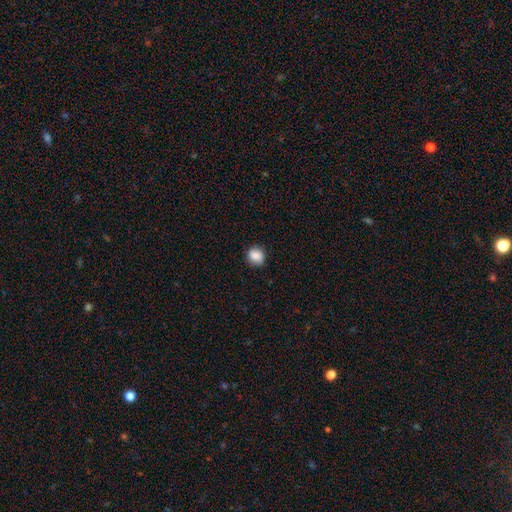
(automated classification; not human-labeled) The model was most divided on "how rounded": round: 77%, in between: 22%, cigar-shaped: 1%. More confident: smooth or featured — smooth (86%); merging — none (84%).